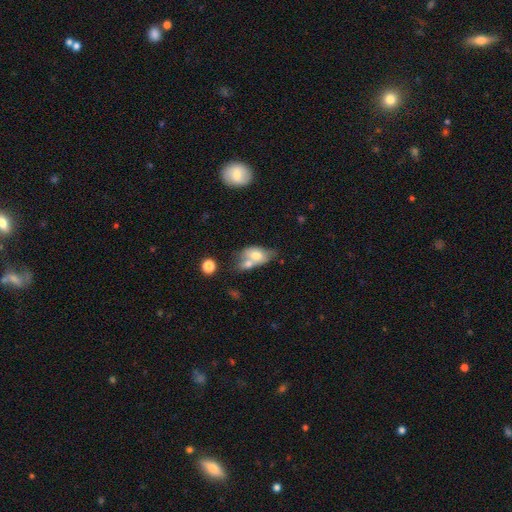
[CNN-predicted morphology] type=smooth (65%); roundness=in between (85%); merging=merger (56%).